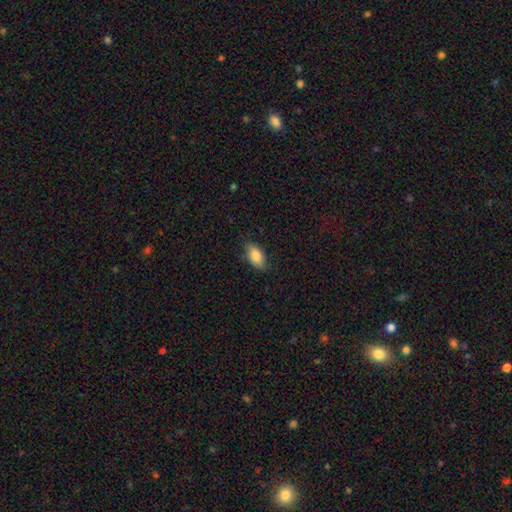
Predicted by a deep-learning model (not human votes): Overall: smooth (85%). How rounded: in between (91%). Merging: none (79%).